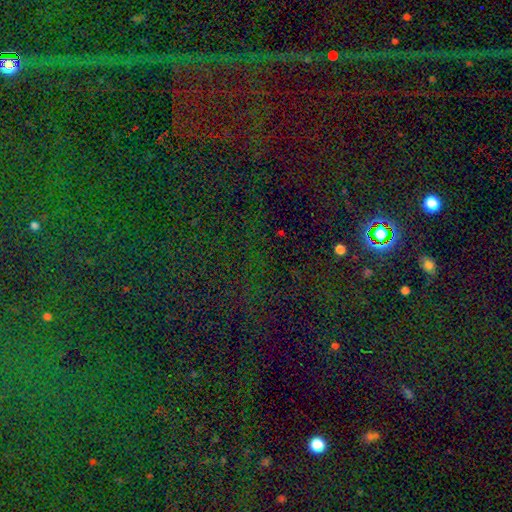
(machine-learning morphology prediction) This appears to be a star or artifact, not a galaxy (83%).